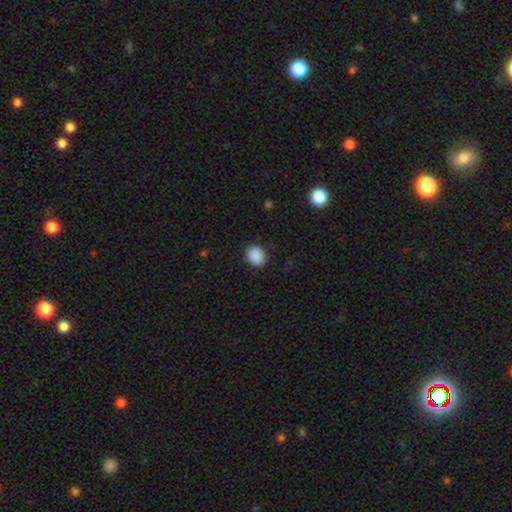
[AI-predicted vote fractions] Smooth or featured: smooth — 89% (star or artifact — 9%)
How rounded: round — 73% (in between — 26%)
Merging: none — 89% (minor disturbance — 8%)